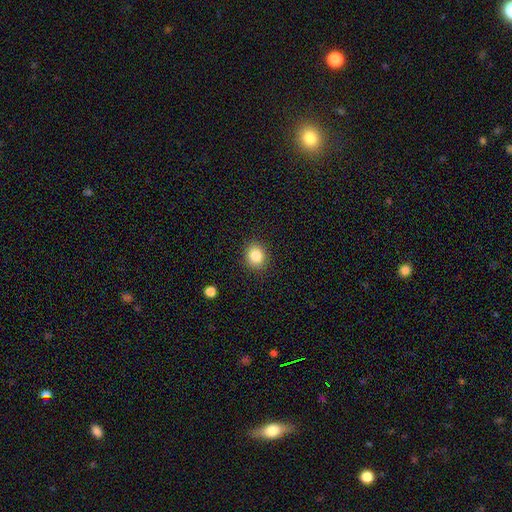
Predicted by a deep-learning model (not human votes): The model was most divided on "how rounded": round: 67%, in between: 32%, cigar-shaped: 1%. More confident: merging — none (88%); smooth or featured — smooth (85%).